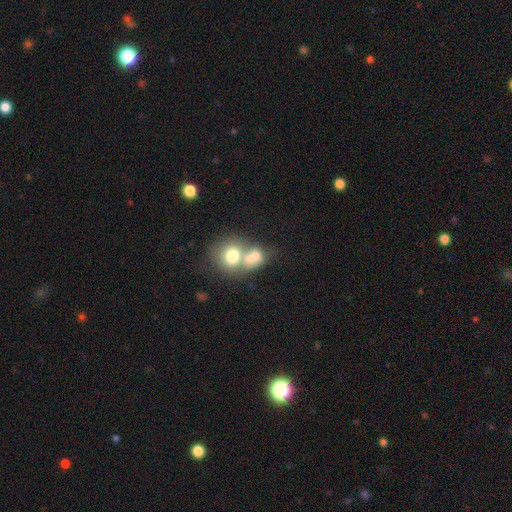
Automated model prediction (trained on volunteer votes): A smooth galaxy with no disk features (70%) that is round (53%). Merging: merger (66%).